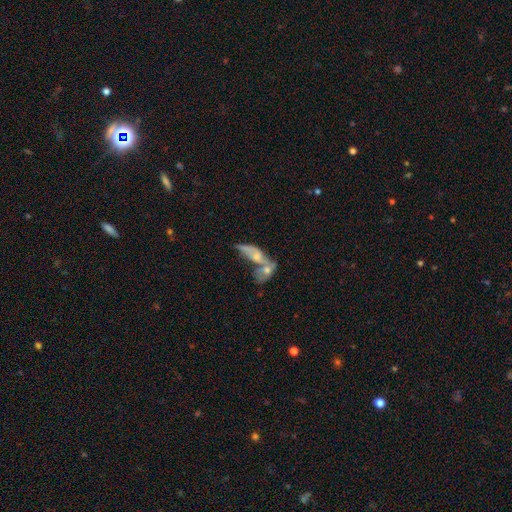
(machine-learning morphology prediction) The model was most divided on "smooth or featured": featured or disk: 45%, smooth: 44%, star or artifact: 11%. More confident: merging — merger (66%).